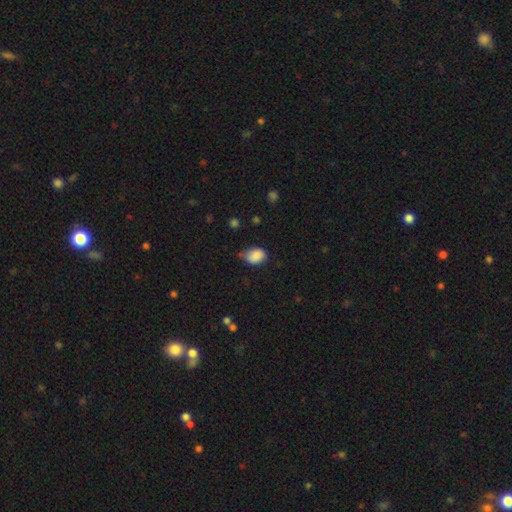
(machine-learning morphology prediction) This appears to be a smooth galaxy with no disk features (86%) that is in between round and cigar-shaped (72%). Merging: none (58%).